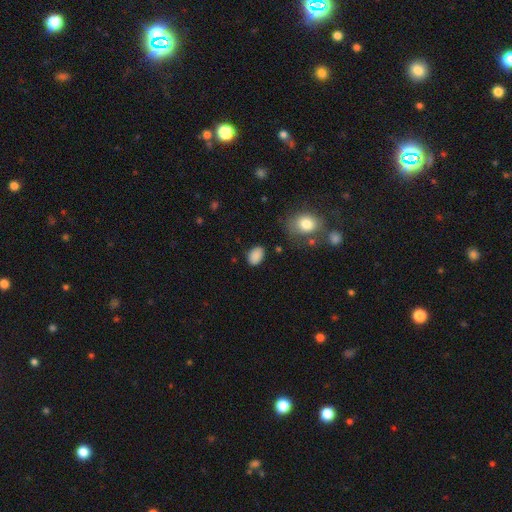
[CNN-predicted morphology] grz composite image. It shows a smooth galaxy with no disk features (87%) that is in between round and cigar-shaped (86%). Merging: none (82%).